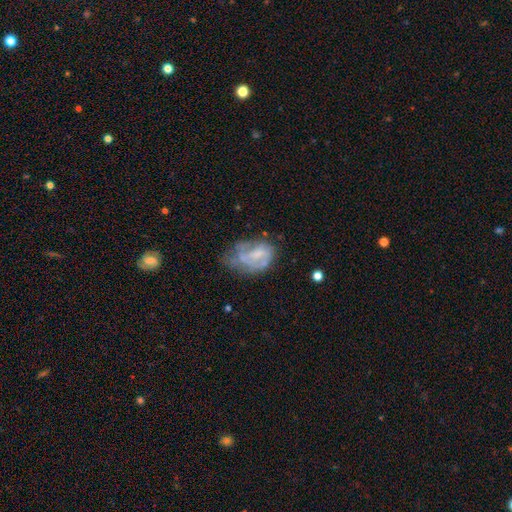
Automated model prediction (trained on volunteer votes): Overall: featured or disk (58%; smooth 33%). Edge-on disk: no (97%). Bar: no (57%; weak 34%). Spiral arms: no (52%; yes 48%). Bulge size: none (44%; small 27%). Merging: none (34%; minor disturbance 31%).